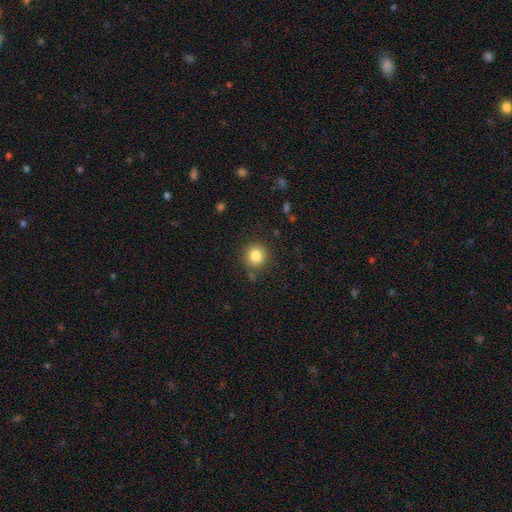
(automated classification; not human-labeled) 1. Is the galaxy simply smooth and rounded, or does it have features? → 83% smooth, 11% star or artifact, 6% featured or disk.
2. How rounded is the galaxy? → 91% round, 8% in between, 1% cigar-shaped.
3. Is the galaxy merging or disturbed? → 85% none, 10% minor disturbance, 3% major disturbance, 3% merger.